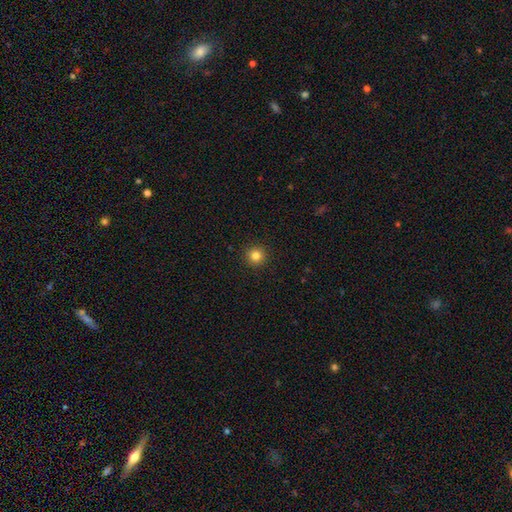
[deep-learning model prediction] Smooth or featured?
  - smooth: 82% *
  - star or artifact: 13%
  - featured or disk: 5%
How rounded?
  - round: 95% *
  - in between: 4%
  - cigar-shaped: 1%
Merging?
  - none: 93% *
  - minor disturbance: 4%
  - major disturbance: 2%
  - merger: 1%